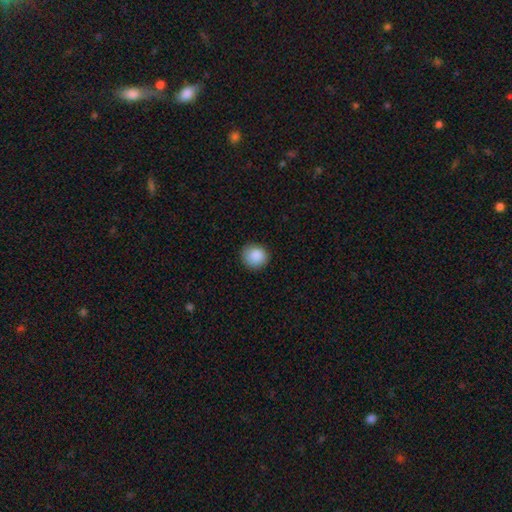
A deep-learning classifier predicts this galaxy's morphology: A smooth galaxy with no disk features (88%) that is round (86%). Merging: none (88%).